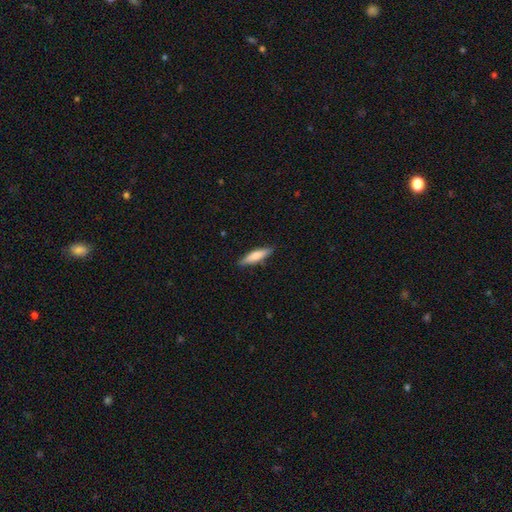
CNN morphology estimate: Overall: smooth (72%). How rounded: cigar-shaped (70%). Merging: none (87%).